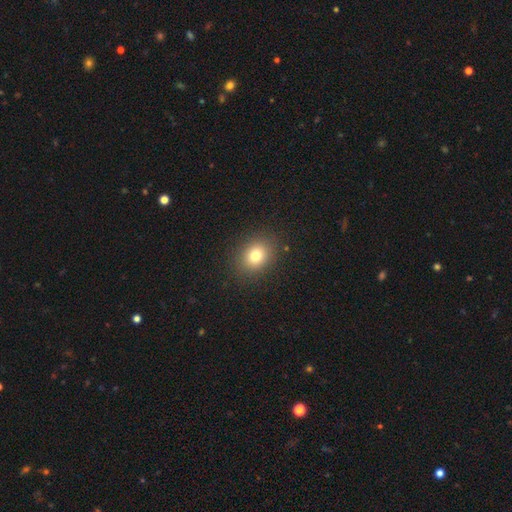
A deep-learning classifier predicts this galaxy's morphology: The model was most divided on "how rounded": round: 54%, in between: 45%, cigar-shaped: 1%. More confident: merging — none (88%); smooth or featured — smooth (78%).